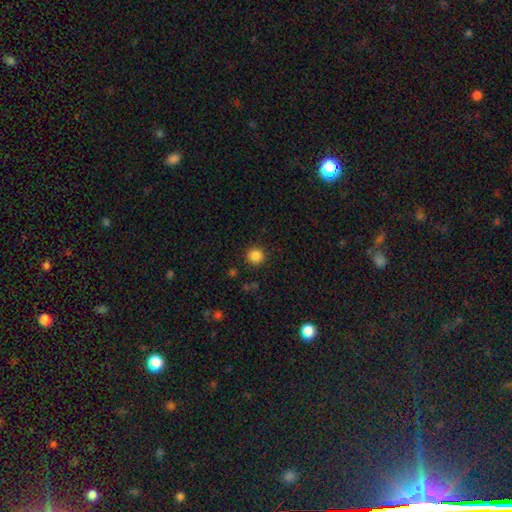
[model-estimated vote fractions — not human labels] Morphology: type=smooth (85%); roundness=round (95%); merging=none (91%).